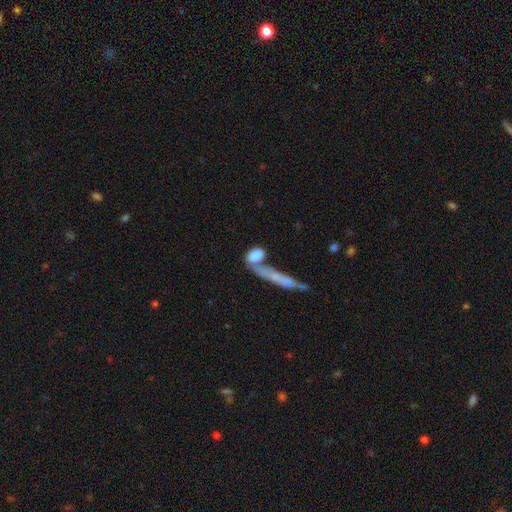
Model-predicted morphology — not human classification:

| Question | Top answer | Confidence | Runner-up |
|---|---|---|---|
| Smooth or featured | smooth | 77% | featured or disk (15%) |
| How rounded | in between | 63% | cigar-shaped (20%) |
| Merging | none | 40% | merger (34%) |